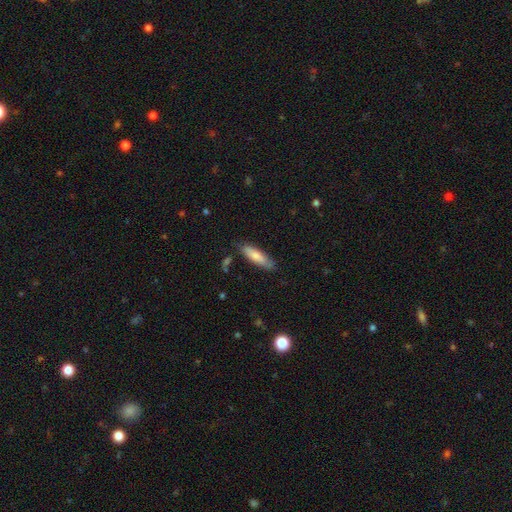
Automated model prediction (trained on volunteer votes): smooth_or_featured: smooth (p=0.76) [alt: featured or disk p=0.18]
how_rounded: cigar-shaped (p=0.61) [alt: in between p=0.38]
merging: none (p=0.78) [alt: minor disturbance p=0.16]